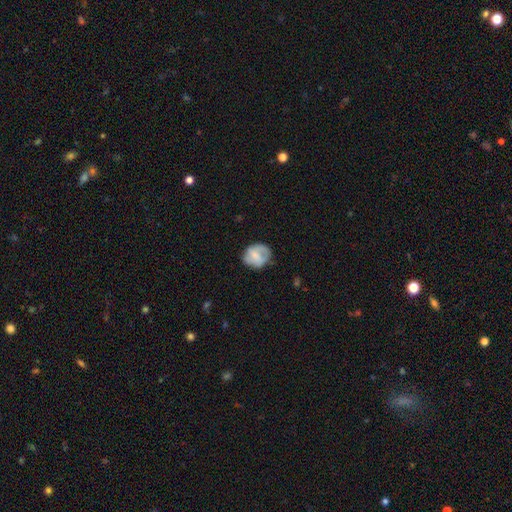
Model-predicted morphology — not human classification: The model was most divided on "how rounded": round: 58%, in between: 40%, cigar-shaped: 1%. More confident: merging — none (67%); smooth or featured — smooth (59%).